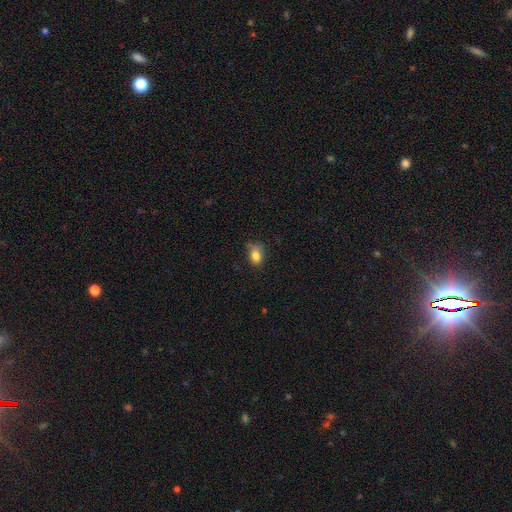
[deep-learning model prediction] A smooth galaxy with no disk features (81%) that is in between round and cigar-shaped (70%). Merging: none (55%).